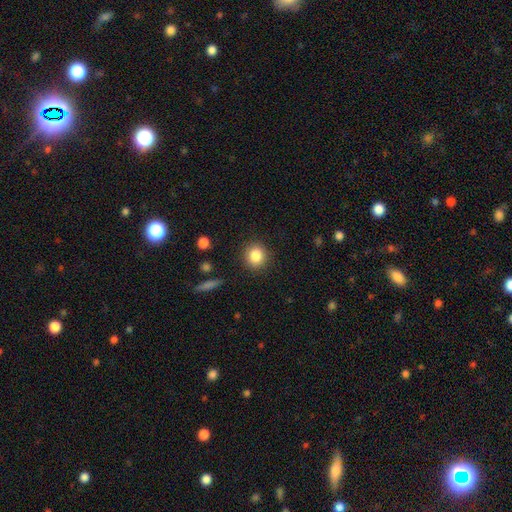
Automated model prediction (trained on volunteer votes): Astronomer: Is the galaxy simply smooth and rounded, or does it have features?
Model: smooth — 84%.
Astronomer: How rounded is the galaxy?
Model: round — 85%.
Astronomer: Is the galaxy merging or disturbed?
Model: none — 89%.